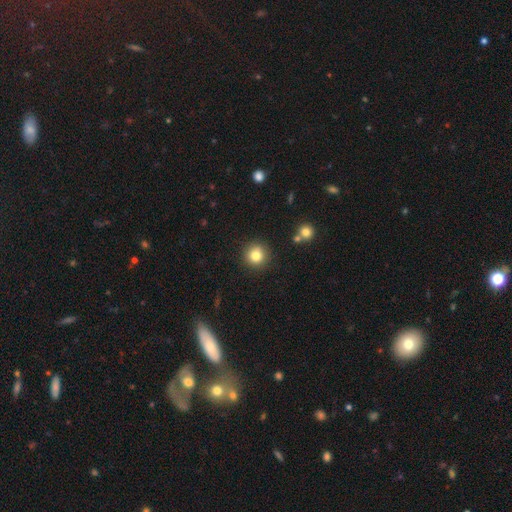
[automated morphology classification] Smooth or featured: smooth — 82% (star or artifact — 11%)
How rounded: round — 93% (in between — 6%)
Merging: none — 88% (minor disturbance — 7%)